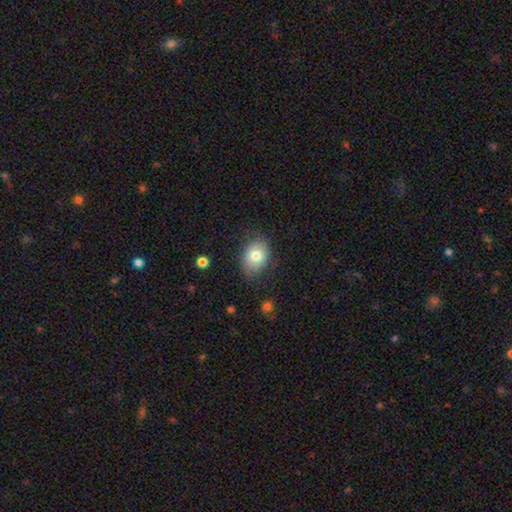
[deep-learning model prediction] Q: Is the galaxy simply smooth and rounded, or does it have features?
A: smooth — 77%.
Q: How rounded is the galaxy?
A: in between — 63%.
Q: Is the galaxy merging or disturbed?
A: none — 78%.